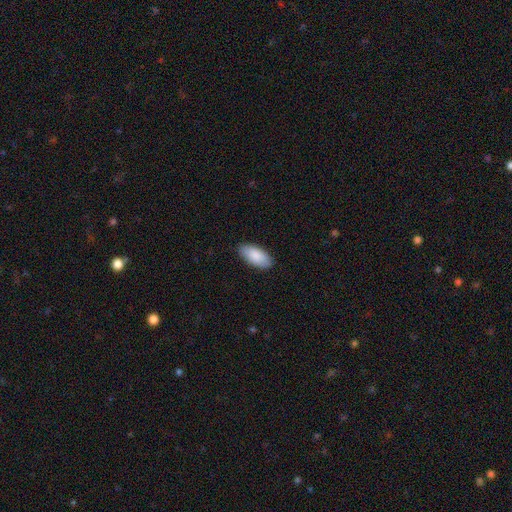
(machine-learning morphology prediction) Q: Smooth or featured?
A: smooth (88%); runner-up: featured or disk (6%)
Q: How rounded?
A: in between (93%); runner-up: cigar-shaped (6%)
Q: Merging?
A: none (87%); runner-up: minor disturbance (10%)